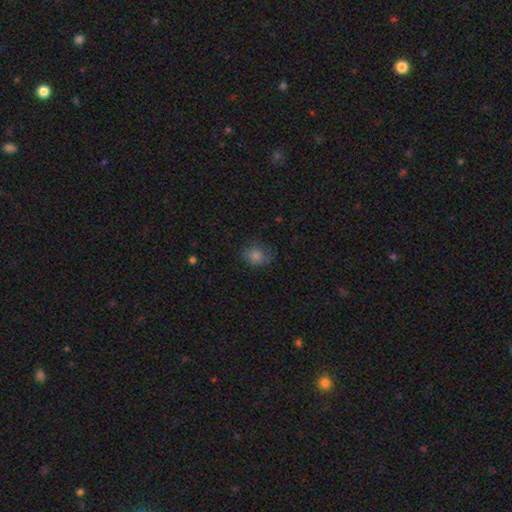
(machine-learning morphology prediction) smooth_or_featured: smooth (p=0.79) [alt: star or artifact p=0.15]
how_rounded: round (p=0.73) [alt: in between p=0.26]
merging: none (p=0.75) [alt: minor disturbance p=0.19]